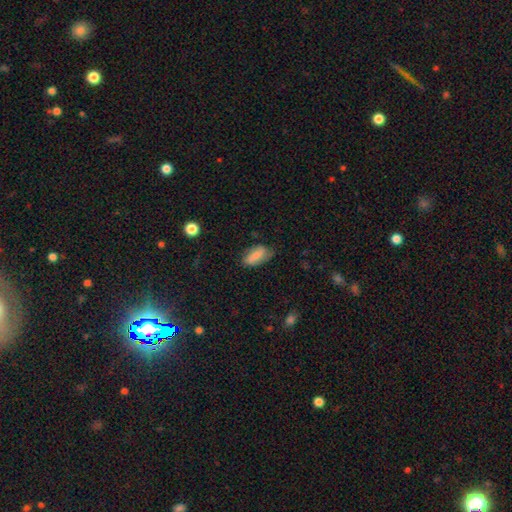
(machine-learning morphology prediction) Smooth or featured? smooth (78%)
How rounded? in between (86%)
Merging? none (66%)